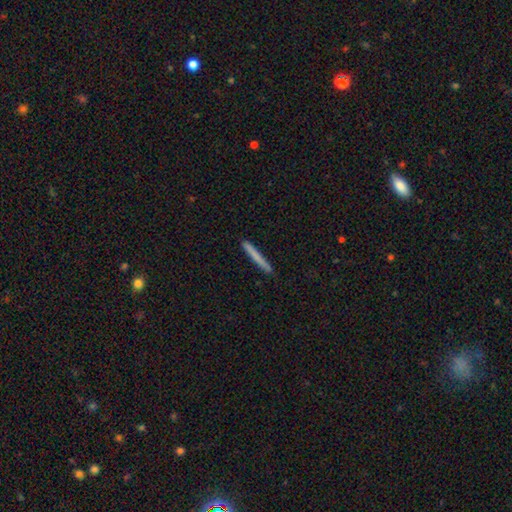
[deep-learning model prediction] Smooth or featured? smooth (73%)
How rounded? cigar-shaped (97%)
Merging? none (91%)